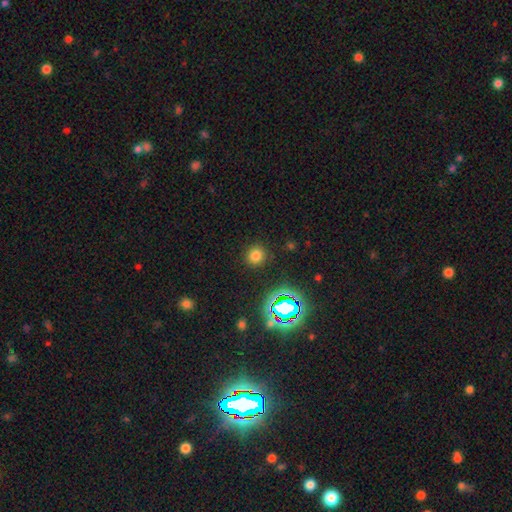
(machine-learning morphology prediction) A smooth galaxy with no disk features (74%) that is round (90%). Merging: none (89%).